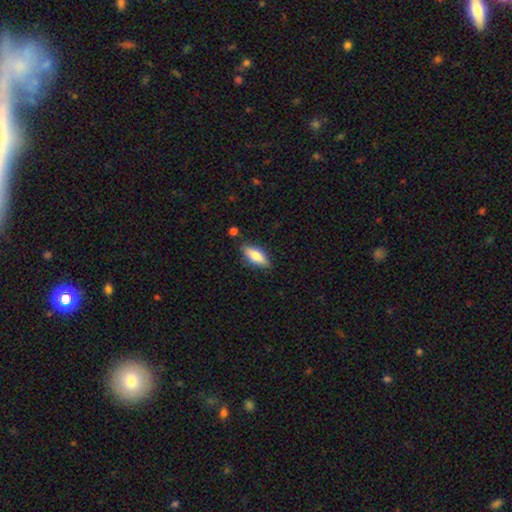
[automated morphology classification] smooth-or-featured: smooth: 76% | featured or disk: 18% | star or artifact: 6%
  how-rounded: in between: 71% | cigar-shaped: 27% | round: 2%
  merging: none: 81% | minor disturbance: 14% | merger: 3% | major disturbance: 3%